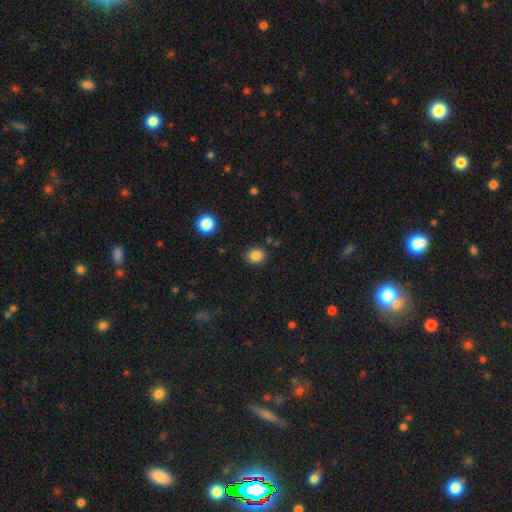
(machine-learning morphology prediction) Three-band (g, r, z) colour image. It shows a smooth galaxy with no disk features (84%) that is round (67%). Merging: none (88%).